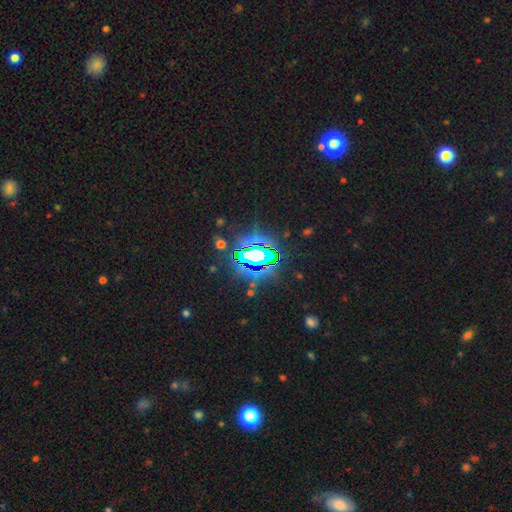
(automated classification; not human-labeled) smooth_or_featured: star or artifact (p=0.75) [alt: smooth p=0.13]